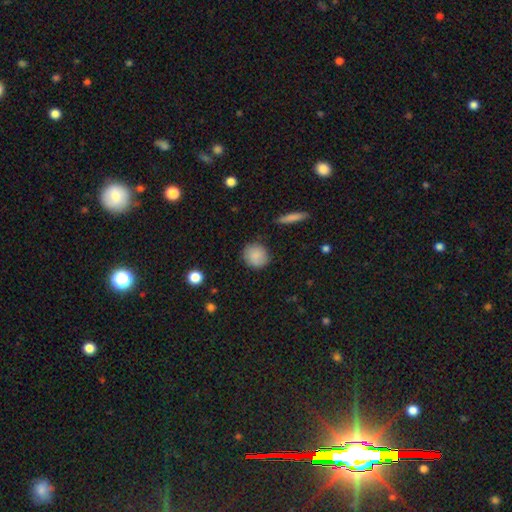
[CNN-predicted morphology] smooth-or-featured: smooth: 85% | featured or disk: 8% | star or artifact: 7%
  how-rounded: round: 86% | in between: 12% | cigar-shaped: 1%
  merging: none: 84% | minor disturbance: 12% | major disturbance: 3% | merger: 1%